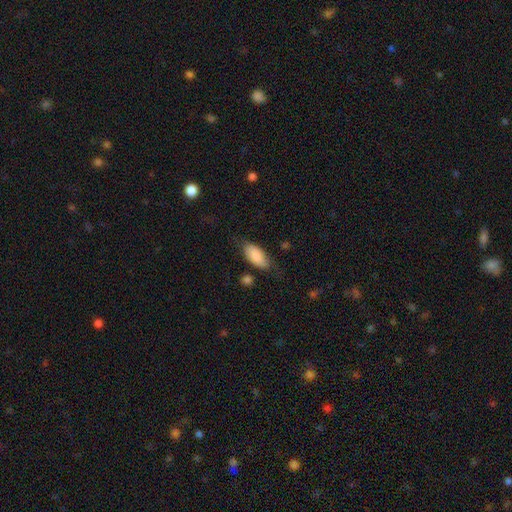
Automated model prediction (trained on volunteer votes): A smooth galaxy with no disk features (85%) that is in between round and cigar-shaped (89%).

Vote fractions:
- Smooth or featured? smooth: 85% / featured or disk: 9% / star or artifact: 6%
- How rounded? in between: 89% / cigar-shaped: 9% / round: 2%
- Merging? none: 70% / minor disturbance: 21% / major disturbance: 6% / merger: 3%